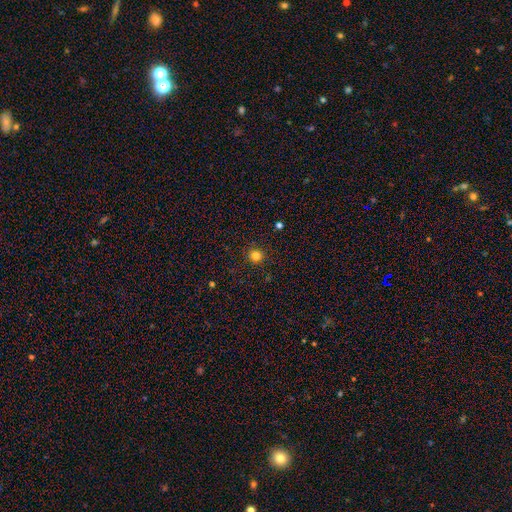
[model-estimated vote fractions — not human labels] Smooth or featured?
  - smooth: 81% *
  - star or artifact: 14%
  - featured or disk: 5%
How rounded?
  - round: 93% *
  - in between: 6%
  - cigar-shaped: 1%
Merging?
  - none: 91% *
  - minor disturbance: 6%
  - major disturbance: 2%
  - merger: 1%